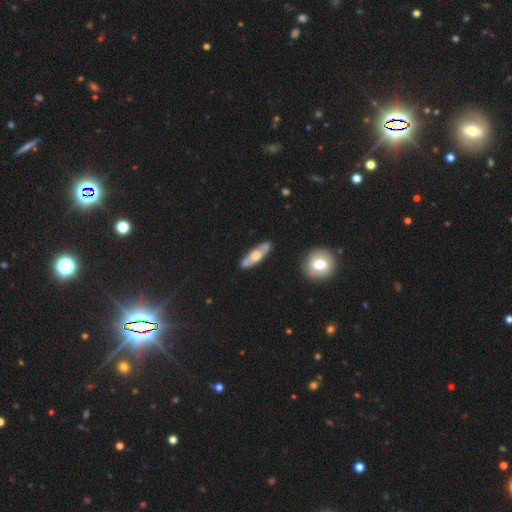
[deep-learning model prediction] The model was most divided on "edge-on disk": no: 51%, yes: 49%. More confident: merging — none (80%); smooth or featured — featured or disk (54%).